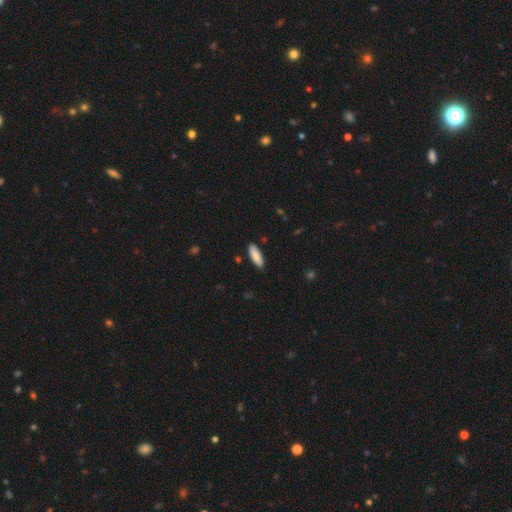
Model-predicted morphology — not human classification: The model was most divided on "how rounded": in between: 64%, cigar-shaped: 35%, round: 2%. More confident: merging — none (88%); smooth or featured — smooth (87%).